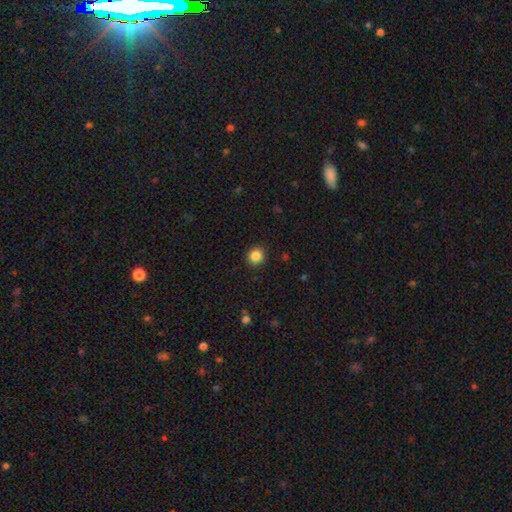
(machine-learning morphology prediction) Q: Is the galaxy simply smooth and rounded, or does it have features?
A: smooth — 86%.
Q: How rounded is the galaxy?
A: round — 91%.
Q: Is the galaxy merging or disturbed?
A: none — 92%.